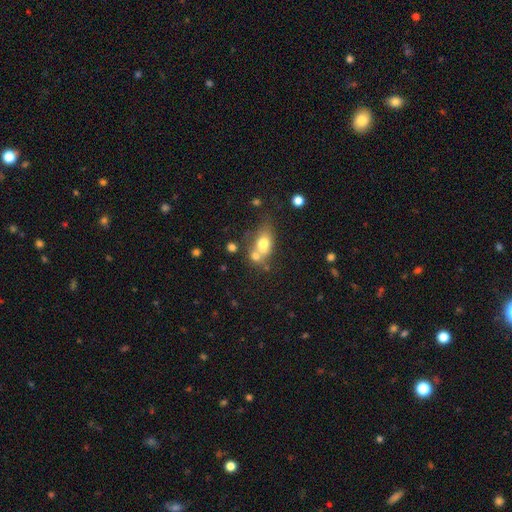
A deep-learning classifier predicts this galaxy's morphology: smooth 67%, featured or disk 22%, star or artifact 11%. Down the decision tree: how rounded — in between (70%); merging — merger (48%).